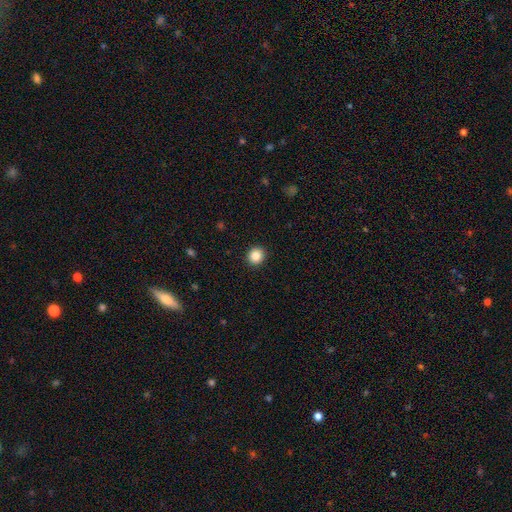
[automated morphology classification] This appears to be a smooth galaxy with no disk features (86%) that is round (89%). Merging: none (92%).